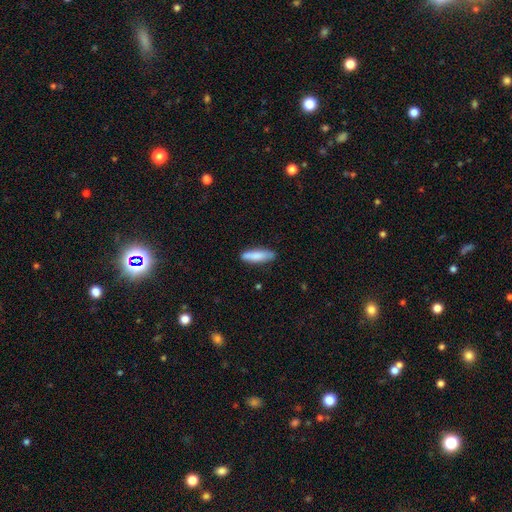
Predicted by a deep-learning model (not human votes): Smooth or featured?
  - smooth: 83% *
  - featured or disk: 12%
  - star or artifact: 6%
How rounded?
  - cigar-shaped: 66% *
  - in between: 32%
  - round: 2%
Merging?
  - none: 83% *
  - minor disturbance: 14%
  - major disturbance: 2%
  - merger: 2%